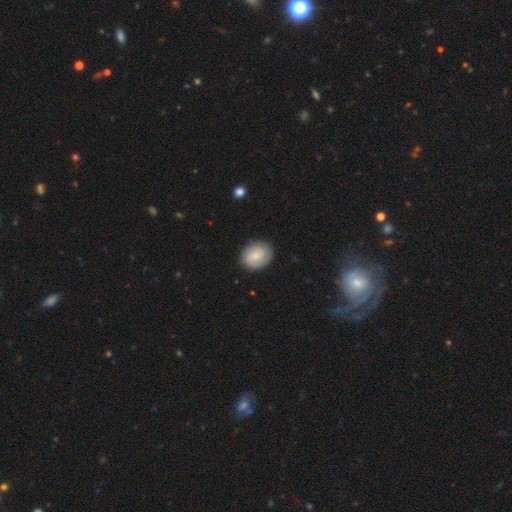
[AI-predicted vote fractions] Morphology: type=smooth (60%); roundness=round (62%); merging=none (87%).